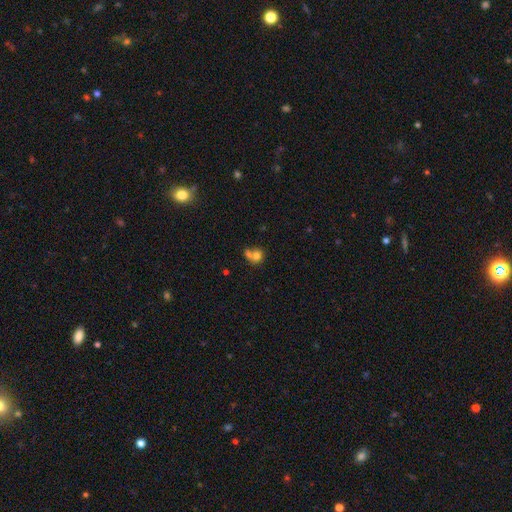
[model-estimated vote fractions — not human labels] Smooth or featured?
  - smooth: 73% *
  - featured or disk: 16%
  - star or artifact: 11%
How rounded?
  - round: 75% *
  - in between: 24%
  - cigar-shaped: 1%
Merging?
  - merger: 55% *
  - none: 33%
  - minor disturbance: 8%
  - major disturbance: 4%